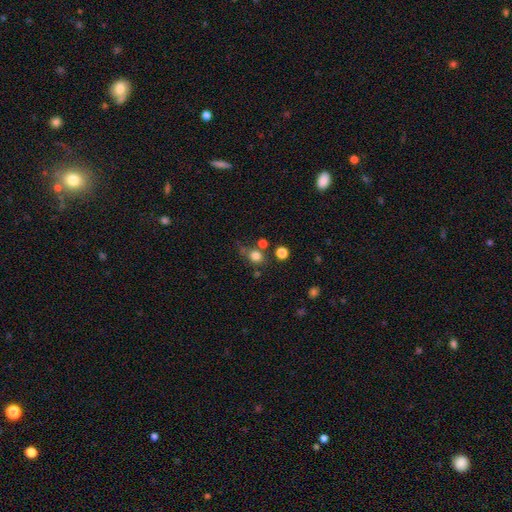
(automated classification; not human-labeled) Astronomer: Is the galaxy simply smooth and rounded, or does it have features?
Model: smooth — 79%.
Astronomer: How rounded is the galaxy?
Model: round — 74%.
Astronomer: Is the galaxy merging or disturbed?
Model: none — 63%.